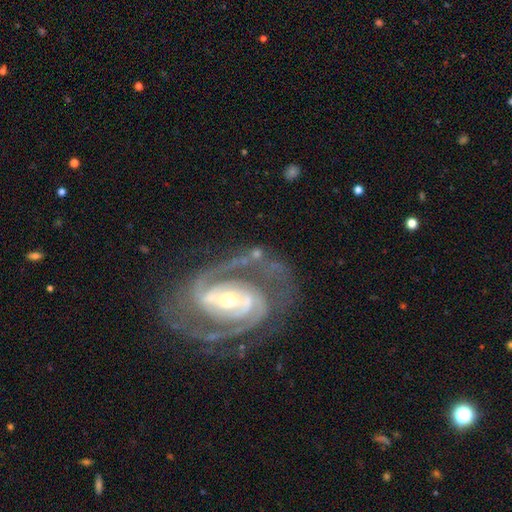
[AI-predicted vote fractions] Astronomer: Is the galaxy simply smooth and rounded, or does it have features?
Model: featured or disk — 92%.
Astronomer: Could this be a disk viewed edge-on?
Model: no — 97%.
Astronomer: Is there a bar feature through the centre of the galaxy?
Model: strong — 44% (runner-up: weak, 34%).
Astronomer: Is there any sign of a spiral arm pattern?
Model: yes — 98%.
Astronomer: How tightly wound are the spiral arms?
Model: medium — 49% (runner-up: tight, 42%).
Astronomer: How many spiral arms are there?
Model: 2 — 83%.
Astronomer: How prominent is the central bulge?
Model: moderate — 50% (runner-up: small, 45%).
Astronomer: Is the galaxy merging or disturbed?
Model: none — 66%.